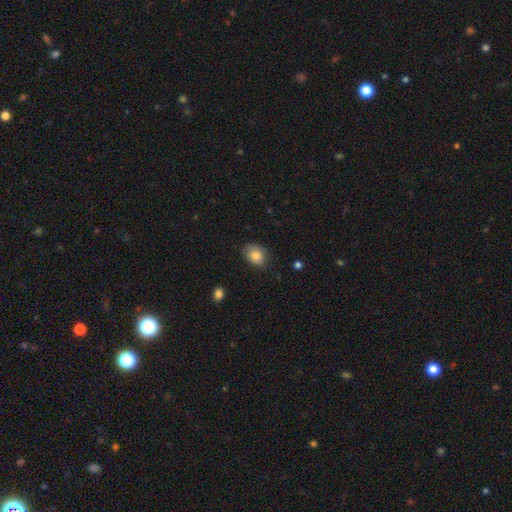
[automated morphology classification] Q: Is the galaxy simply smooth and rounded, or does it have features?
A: smooth — 80%.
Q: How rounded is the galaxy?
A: in between — 57%.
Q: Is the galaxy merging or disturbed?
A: none — 73%.